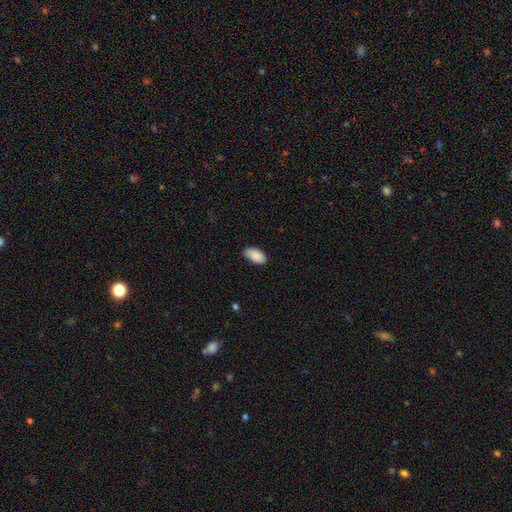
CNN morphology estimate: smooth-or-featured: smooth: 89% | star or artifact: 6% | featured or disk: 5%
  how-rounded: in between: 95% | round: 3% | cigar-shaped: 2%
  merging: none: 82% | minor disturbance: 15% | major disturbance: 2% | merger: 1%